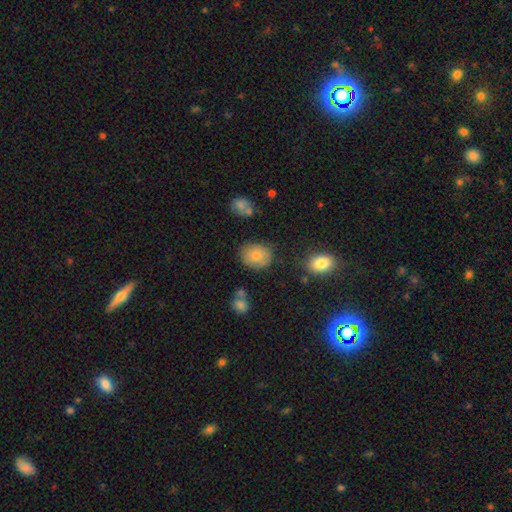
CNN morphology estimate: A smooth galaxy with no disk features (78%) that is round (59%). Merging: none (72%).